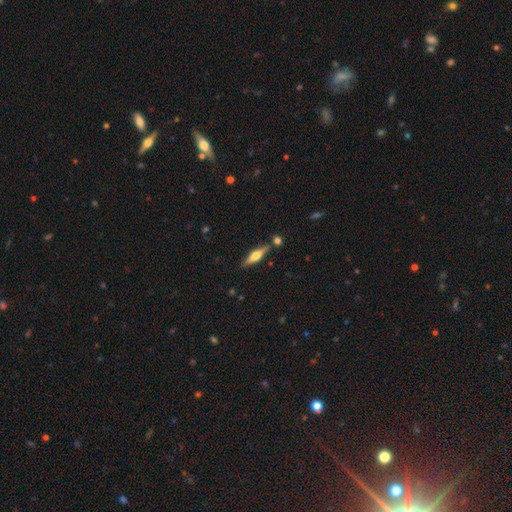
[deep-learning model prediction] smooth_or_featured: featured or disk (p=0.62) [alt: smooth p=0.32]
disk_edge_on: yes (p=0.96) [alt: no p=0.04]
edge_on_bulge: rounded (p=0.89) [alt: boxy p=0.08]
merging: none (p=0.80) [alt: minor disturbance p=0.10]